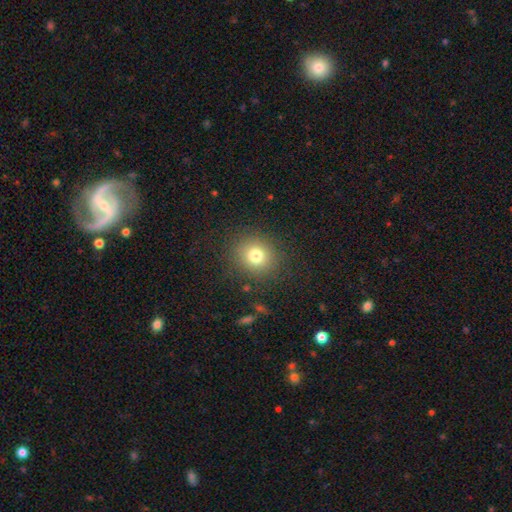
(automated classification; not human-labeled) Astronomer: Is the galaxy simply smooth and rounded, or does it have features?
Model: smooth — 78%.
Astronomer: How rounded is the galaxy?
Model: round — 82%.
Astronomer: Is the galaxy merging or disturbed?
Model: none — 86%.